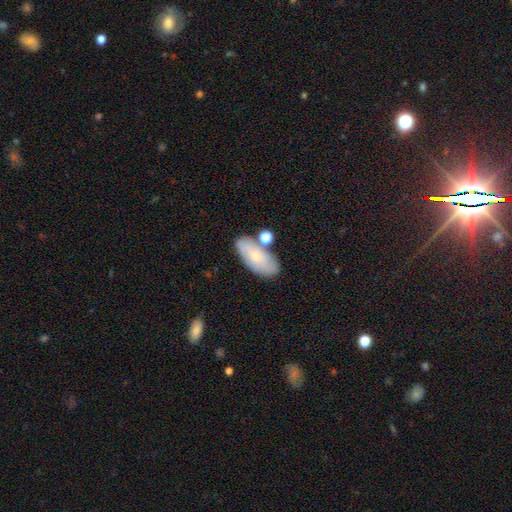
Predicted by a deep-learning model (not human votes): Smooth or featured? Predicted: smooth (p=0.64). How rounded? Predicted: in between (p=0.90). Merging? Predicted: none (p=0.64).